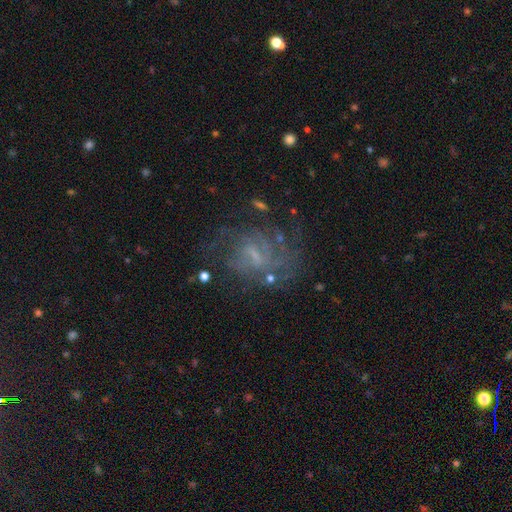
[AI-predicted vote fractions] The model was most divided on "bulge size": small: 44%, none: 30%, moderate: 22%, large: 2%, dominant: 1%. More confident: edge-on disk — no (97%); spiral arms — yes (75%); smooth or featured — featured or disk (68%); merging — none (56%); bar — weak (51%).